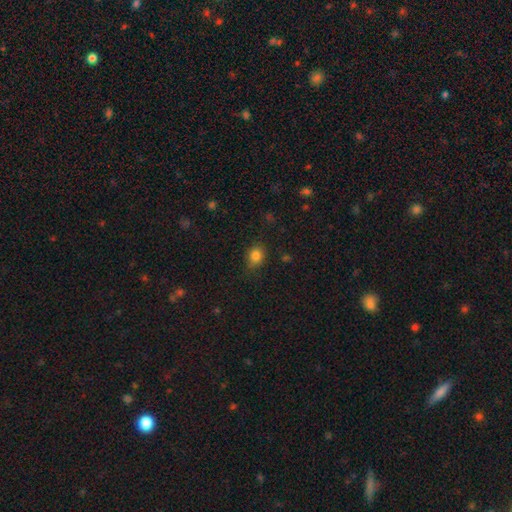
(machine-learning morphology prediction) Smooth or featured?
  - smooth: 83% *
  - star or artifact: 11%
  - featured or disk: 5%
How rounded?
  - in between: 51% *
  - round: 48%
  - cigar-shaped: 1%
Merging?
  - none: 80% *
  - minor disturbance: 15%
  - major disturbance: 4%
  - merger: 1%